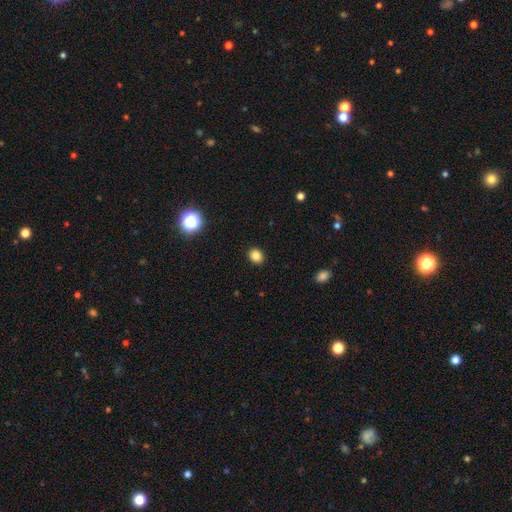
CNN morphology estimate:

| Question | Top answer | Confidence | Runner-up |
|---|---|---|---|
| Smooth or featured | smooth | 83% | star or artifact (12%) |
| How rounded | round | 61% | in between (38%) |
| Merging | none | 91% | minor disturbance (6%) |